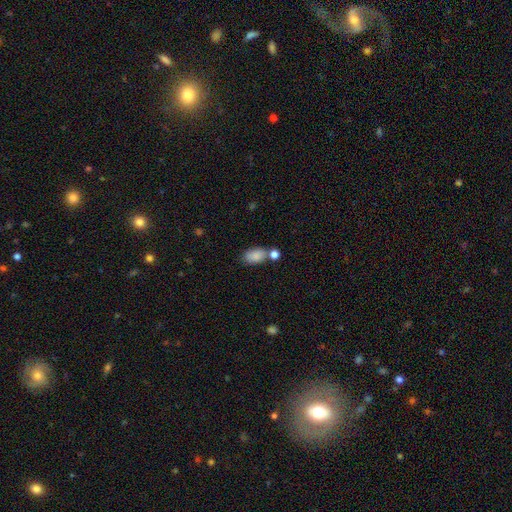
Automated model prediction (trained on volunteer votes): smooth_or_featured: smooth (p=0.85) [alt: star or artifact p=0.08]
how_rounded: in between (p=0.91) [alt: round p=0.07]
merging: none (p=0.58) [alt: merger p=0.21]